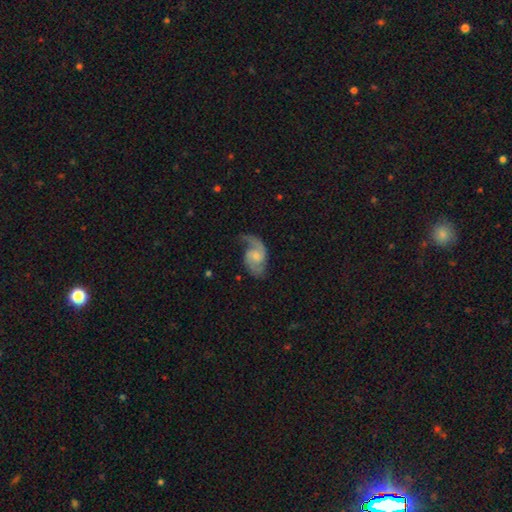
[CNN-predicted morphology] Smooth or featured? Predicted: featured or disk (p=0.84). Edge-on disk? Predicted: no (p=0.97). Bar? Predicted: no (p=0.55). Spiral arms? Predicted: yes (p=0.96). Spiral winding? Predicted: medium (p=0.47). Spiral arm count? Predicted: 2 (p=0.82). Bulge size? Predicted: small (p=0.40). Merging? Predicted: none (p=0.56).